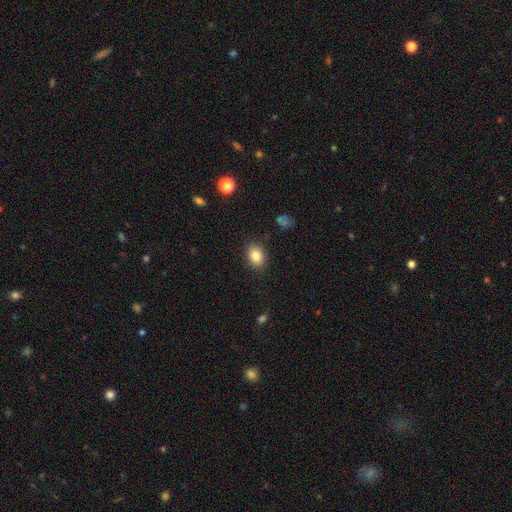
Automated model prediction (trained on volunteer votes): Smooth or featured?
  - smooth: 85% *
  - star or artifact: 9%
  - featured or disk: 7%
How rounded?
  - in between: 73% *
  - round: 26%
  - cigar-shaped: 1%
Merging?
  - none: 87% *
  - minor disturbance: 9%
  - major disturbance: 3%
  - merger: 1%